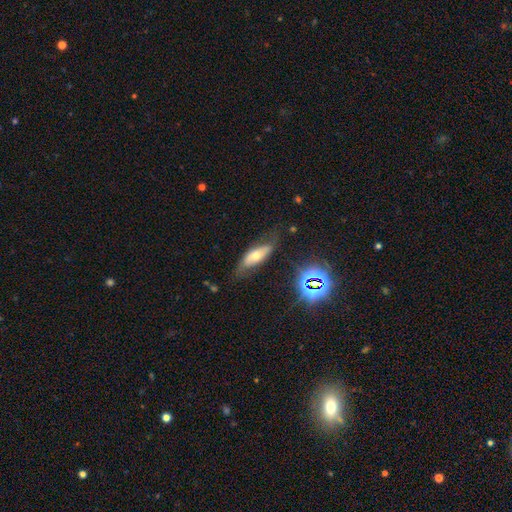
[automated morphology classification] Smooth or featured?
  - smooth: 45% *
  - featured or disk: 43%
  - star or artifact: 12%
Merging?
  - none: 62% *
  - minor disturbance: 25%
  - major disturbance: 10%
  - merger: 2%